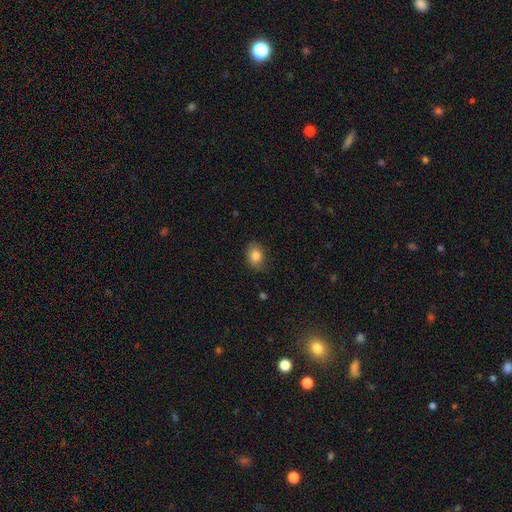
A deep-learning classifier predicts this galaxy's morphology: A smooth galaxy with no disk features (83%) that is in between round and cigar-shaped (66%).

Vote fractions:
- Smooth or featured? smooth: 83% / star or artifact: 9% / featured or disk: 8%
- How rounded? in between: 66% / round: 33% / cigar-shaped: 1%
- Merging? none: 80% / minor disturbance: 16% / major disturbance: 3% / merger: 1%